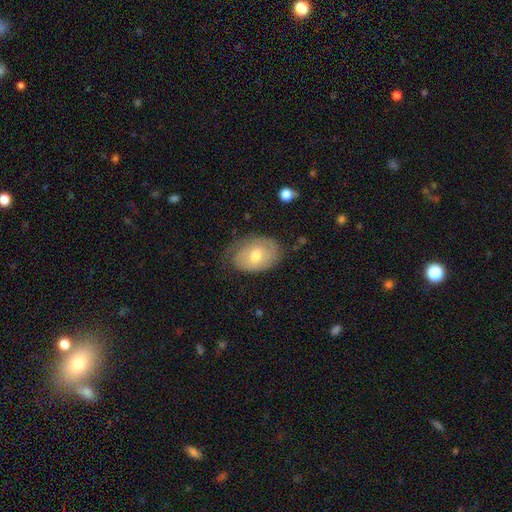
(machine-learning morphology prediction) Smooth or featured?
  - smooth: 50% *
  - featured or disk: 43%
  - star or artifact: 7%
How rounded?
  - in between: 79% *
  - round: 20%
  - cigar-shaped: 1%
Merging?
  - none: 62% *
  - minor disturbance: 28%
  - major disturbance: 9%
  - merger: 1%